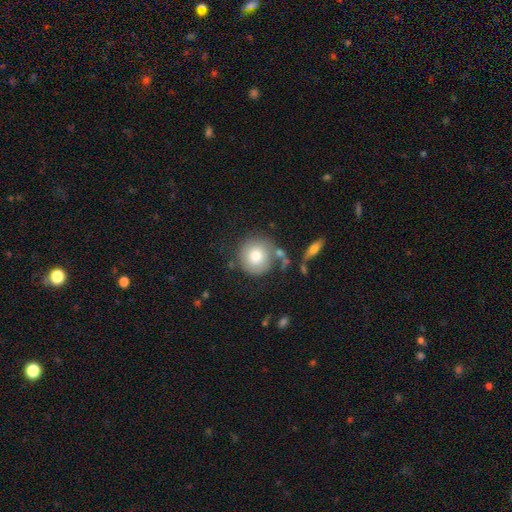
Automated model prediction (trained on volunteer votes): A smooth galaxy with no disk features (74%) that is round (93%). Merging: none (68%).